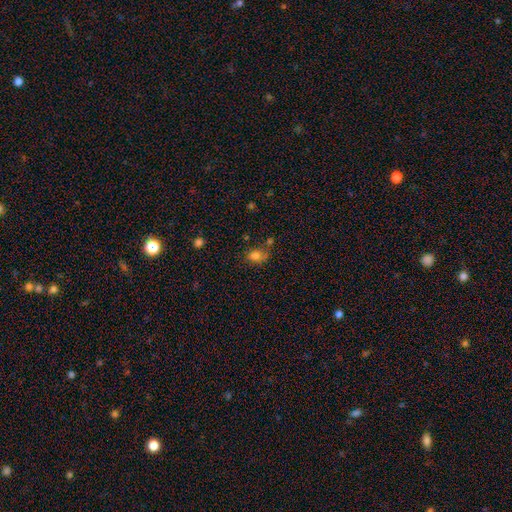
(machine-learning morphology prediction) This appears to be a smooth galaxy with no disk features (79%) that is in between round and cigar-shaped (64%). Merging: none (56%).